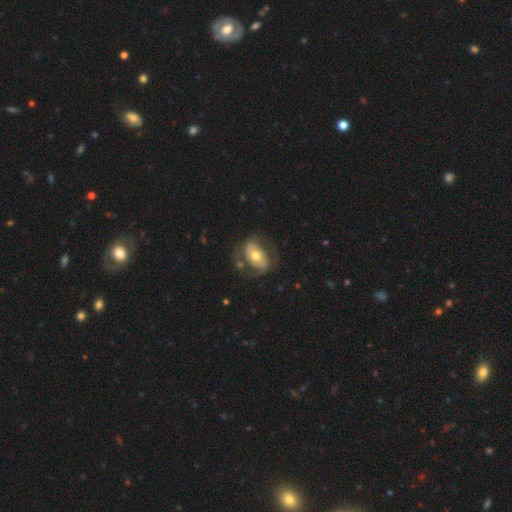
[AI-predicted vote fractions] A featured or disk galaxy (58%) with no bar (53%), spiral arms (55%) and a moderate central bulge (72%). Merging: none (59%).